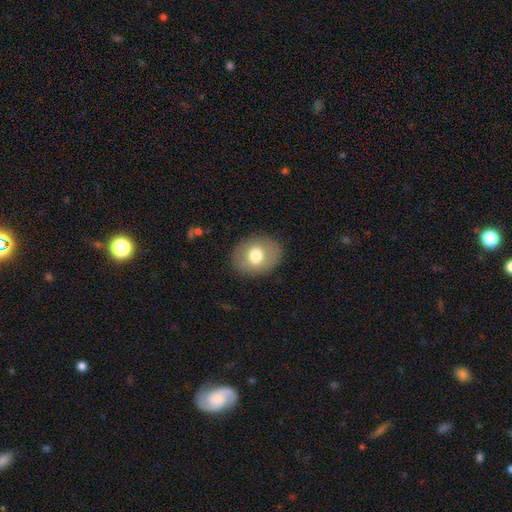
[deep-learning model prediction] Smooth or featured?
  - smooth: 72% *
  - featured or disk: 19%
  - star or artifact: 8%
How rounded?
  - in between: 50% *
  - round: 49%
  - cigar-shaped: 1%
Merging?
  - none: 87% *
  - minor disturbance: 9%
  - major disturbance: 3%
  - merger: 1%